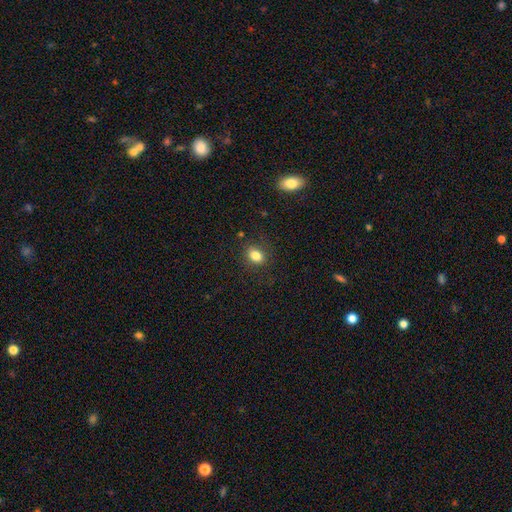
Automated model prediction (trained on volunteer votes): A smooth galaxy with no disk features (82%) that is in between round and cigar-shaped (63%). Merging: none (84%).